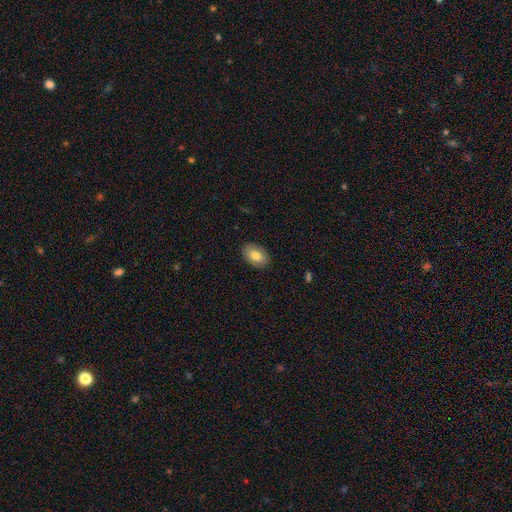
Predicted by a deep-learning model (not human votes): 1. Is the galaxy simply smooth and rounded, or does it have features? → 75% smooth, 18% featured or disk, 7% star or artifact.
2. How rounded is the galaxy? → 88% in between, 11% round, 1% cigar-shaped.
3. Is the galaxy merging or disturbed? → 88% none, 9% minor disturbance, 2% major disturbance, 1% merger.